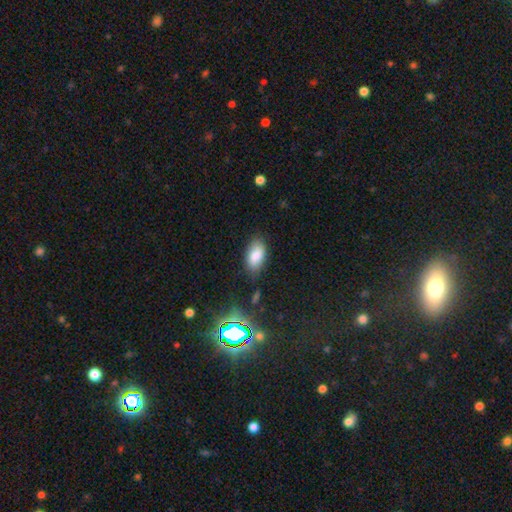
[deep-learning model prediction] Q: Smooth or featured?
A: smooth (81%); runner-up: star or artifact (9%)
Q: How rounded?
A: in between (93%); runner-up: cigar-shaped (4%)
Q: Merging?
A: none (77%); runner-up: minor disturbance (16%)